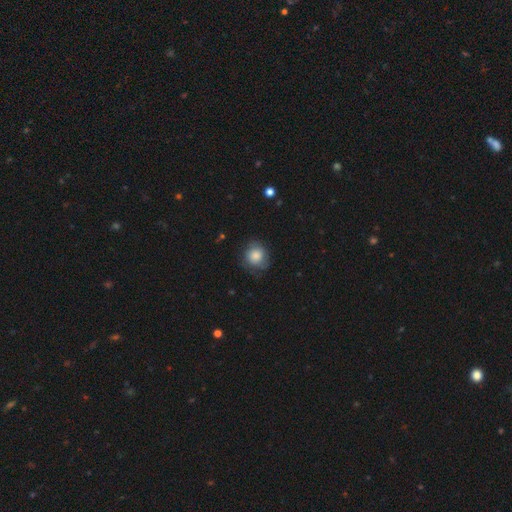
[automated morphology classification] This is likely a smooth galaxy (79%). How rounded: clearly round (84%). Merging: likely none (71%).